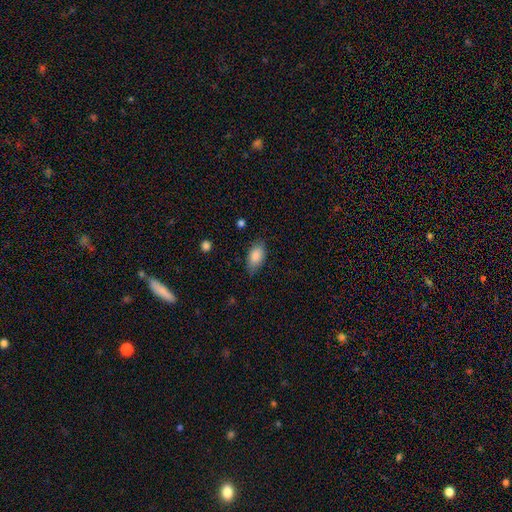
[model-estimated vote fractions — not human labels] Smooth or featured: smooth — 85% (featured or disk — 8%)
How rounded: in between — 92% (cigar-shaped — 4%)
Merging: none — 76% (minor disturbance — 19%)